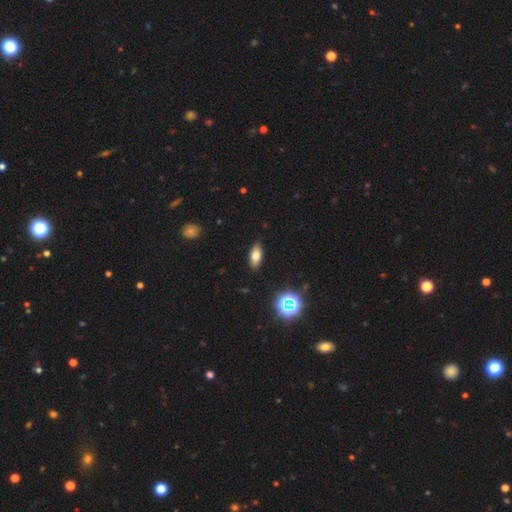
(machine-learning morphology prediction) Overall: smooth (73%). How rounded: in between (82%). Merging: none (89%).